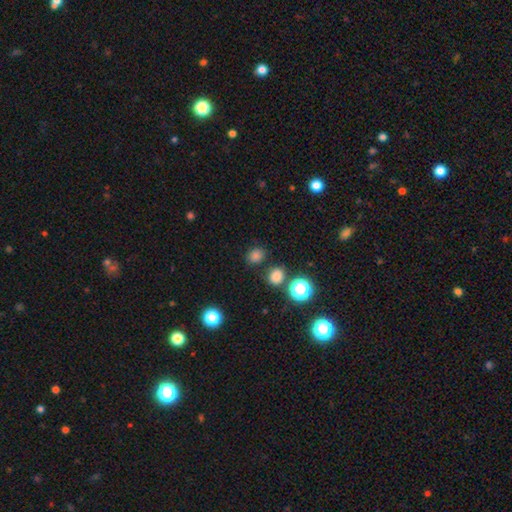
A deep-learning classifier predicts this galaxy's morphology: smooth_or_featured: smooth (p=0.76) [alt: star or artifact p=0.19]
how_rounded: round (p=0.60) [alt: in between p=0.39]
merging: none (p=0.77) [alt: minor disturbance p=0.11]